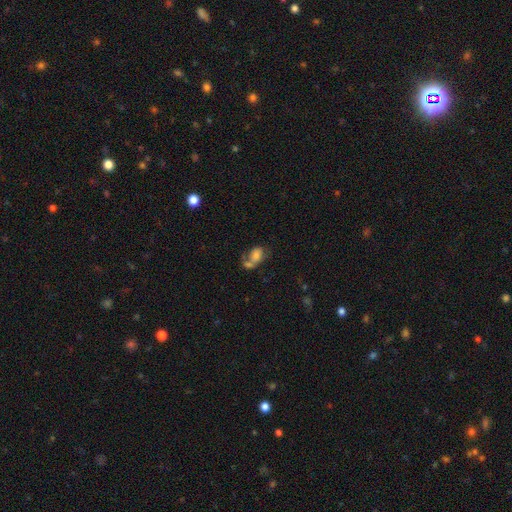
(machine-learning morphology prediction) The model was most divided on "merging": merger: 48%, none: 24%, major disturbance: 15%, minor disturbance: 13%. More confident: how rounded — in between (74%); smooth or featured — smooth (60%).